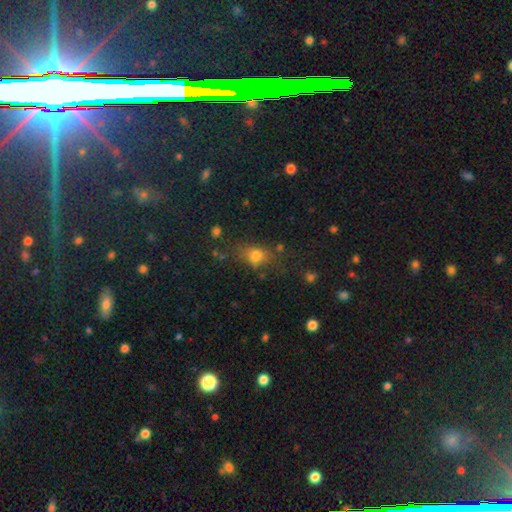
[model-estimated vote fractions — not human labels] The model was most divided on "merging": none: 52%, minor disturbance: 22%, major disturbance: 15%, merger: 11%. More confident: smooth or featured — smooth (69%); how rounded — in between (65%).